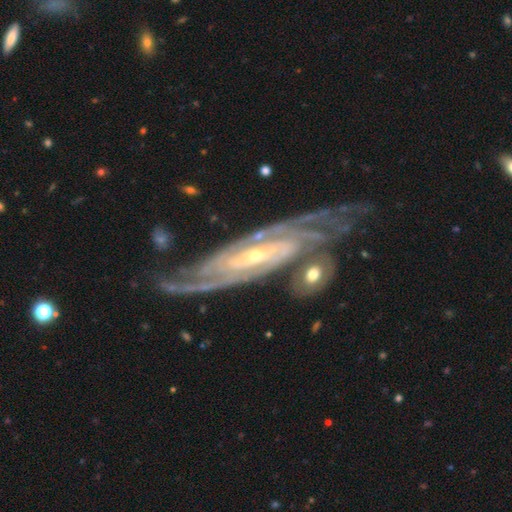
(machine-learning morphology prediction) A featured or disk galaxy (92%) with a weak bar (34%, tied with no), 2 (30%) tight (68%) spiral arms (98%) and a small central bulge (73%).

Vote fractions:
- Smooth or featured? featured or disk: 92% / star or artifact: 5% / smooth: 3%
- Edge-on disk? no: 90% / yes: 10%
- Bar? weak: 34% (tied) / no: 34% (tied) / strong: 32%
- Spiral arms? yes: 98% / no: 2%
- Spiral winding? tight: 68% / medium: 27% / loose: 5%
- Spiral arm count? 2: 30% / can't tell: 20% / 3: 19% / 4: 16% / more than 4: 8% / 1: 7%
- Bulge size? small: 73% / moderate: 23% / large: 1% / none: 1% / dominant: 1%
- Merging? none: 68% / minor disturbance: 18% / merger: 8% / major disturbance: 7%